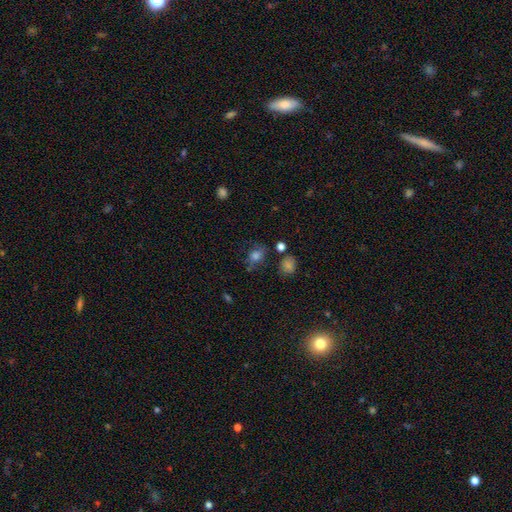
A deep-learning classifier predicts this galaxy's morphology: Q: Smooth or featured?
A: smooth (75%); runner-up: star or artifact (13%)
Q: How rounded?
A: in between (52%); runner-up: round (46%)
Q: Merging?
A: none (63%); runner-up: minor disturbance (22%)